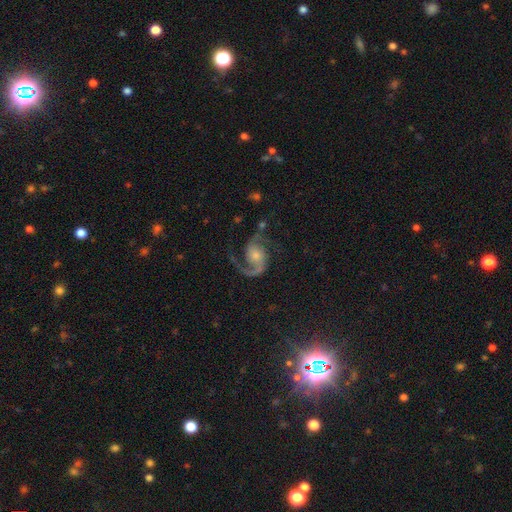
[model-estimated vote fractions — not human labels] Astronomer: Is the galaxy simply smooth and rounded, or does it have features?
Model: featured or disk — 90%.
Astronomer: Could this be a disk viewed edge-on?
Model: no — 98%.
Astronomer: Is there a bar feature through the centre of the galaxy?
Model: no — 65%.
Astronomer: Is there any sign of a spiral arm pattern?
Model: yes — 98%.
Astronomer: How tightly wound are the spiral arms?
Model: medium — 51% (runner-up: loose, 38%).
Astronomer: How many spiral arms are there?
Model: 2 — 88%.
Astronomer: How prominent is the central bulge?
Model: moderate — 46% (runner-up: small, 35%).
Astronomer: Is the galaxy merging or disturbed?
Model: none — 71%.